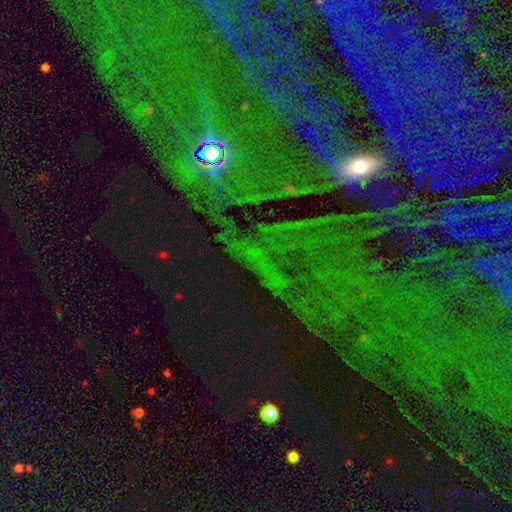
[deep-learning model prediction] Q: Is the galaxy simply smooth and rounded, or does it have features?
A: star or artifact — 71%.